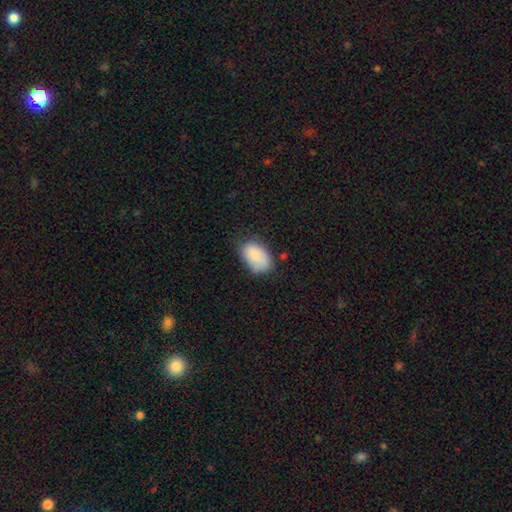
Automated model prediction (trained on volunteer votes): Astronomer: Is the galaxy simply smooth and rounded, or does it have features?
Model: smooth — 86%.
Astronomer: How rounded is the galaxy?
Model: in between — 91%.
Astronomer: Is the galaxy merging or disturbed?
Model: none — 62%.